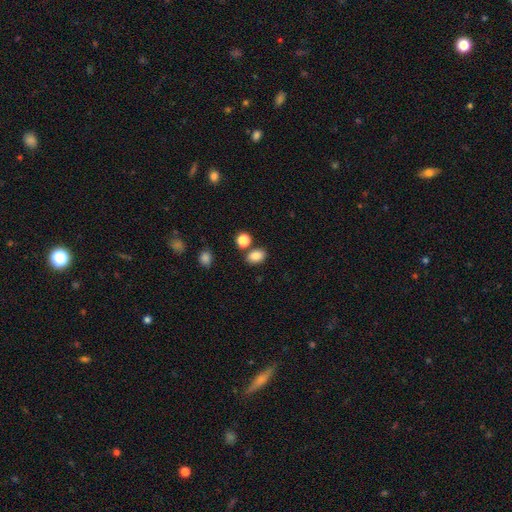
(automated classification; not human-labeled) The model was most divided on "how rounded": in between: 79%, round: 20%, cigar-shaped: 1%. More confident: smooth or featured — smooth (85%); merging — none (75%).